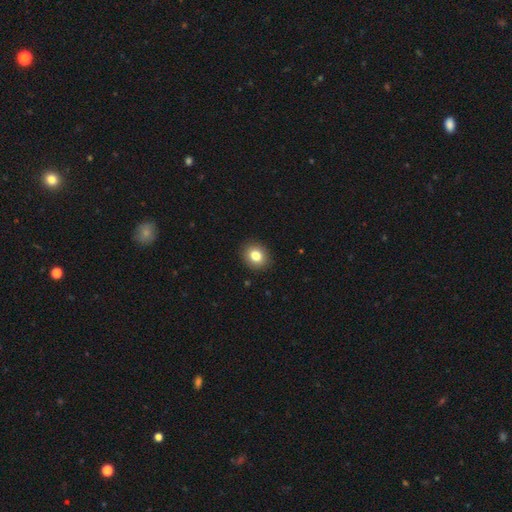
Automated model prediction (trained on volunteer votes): Smooth or featured?
  - smooth: 83% *
  - star or artifact: 10%
  - featured or disk: 8%
How rounded?
  - round: 67% *
  - in between: 32%
  - cigar-shaped: 1%
Merging?
  - none: 91% *
  - minor disturbance: 6%
  - major disturbance: 2%
  - merger: 1%